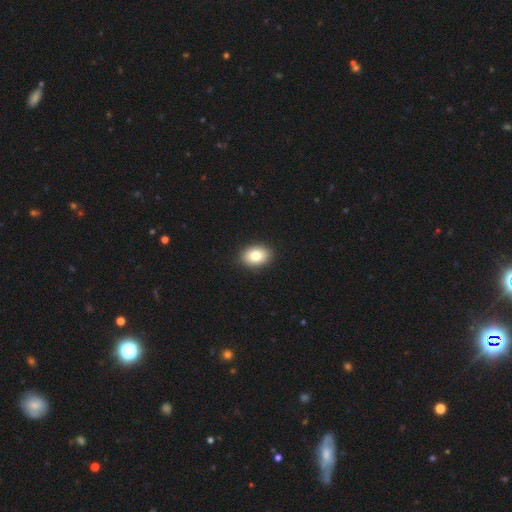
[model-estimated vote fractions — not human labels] smooth 82%, featured or disk 10%, star or artifact 8%. Down the decision tree: how rounded — in between (76%); merging — none (90%).